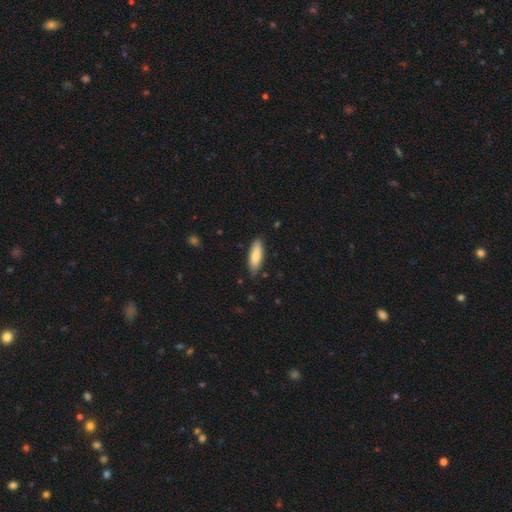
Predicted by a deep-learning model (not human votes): The model was most divided on "how rounded": in between: 58%, cigar-shaped: 40%, round: 2%. More confident: merging — none (84%); smooth or featured — smooth (77%).